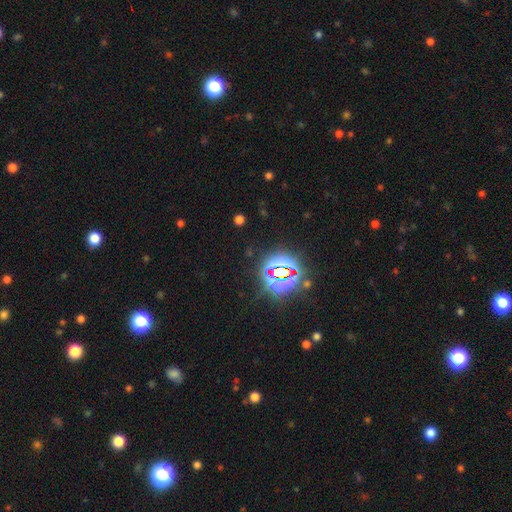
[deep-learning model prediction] Smooth or featured? Predicted: star or artifact (p=0.84).